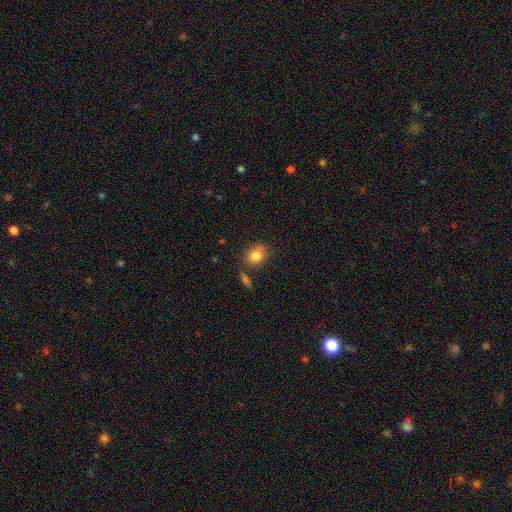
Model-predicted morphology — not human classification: smooth-or-featured: smooth: 83% | star or artifact: 9% | featured or disk: 8%
  how-rounded: round: 62% | in between: 36% | cigar-shaped: 1%
  merging: none: 66% | minor disturbance: 19% | merger: 10% | major disturbance: 5%